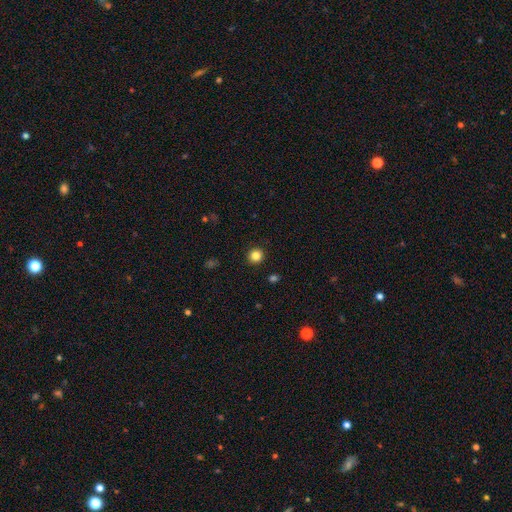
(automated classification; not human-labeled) The model was most divided on "smooth or featured": smooth: 84%, star or artifact: 12%, featured or disk: 5%. More confident: how rounded — round (94%); merging — none (93%).